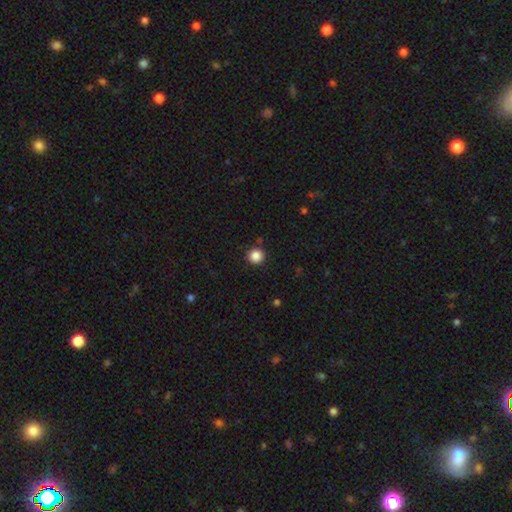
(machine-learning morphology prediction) Smooth or featured: smooth — 86% (star or artifact — 11%)
How rounded: round — 95% (in between — 4%)
Merging: none — 90% (minor disturbance — 6%)